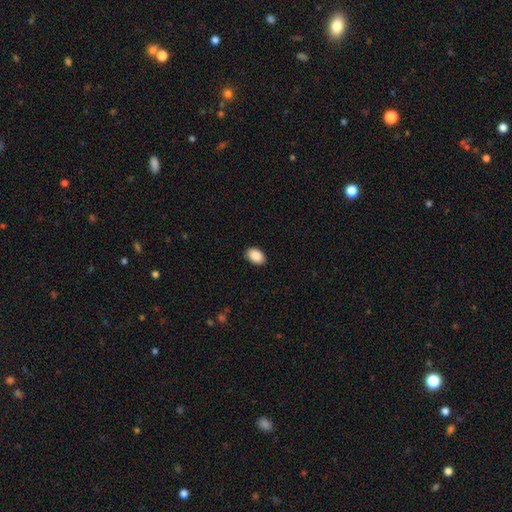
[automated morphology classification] Overall: smooth (90%). How rounded: in between (86%). Merging: none (87%).